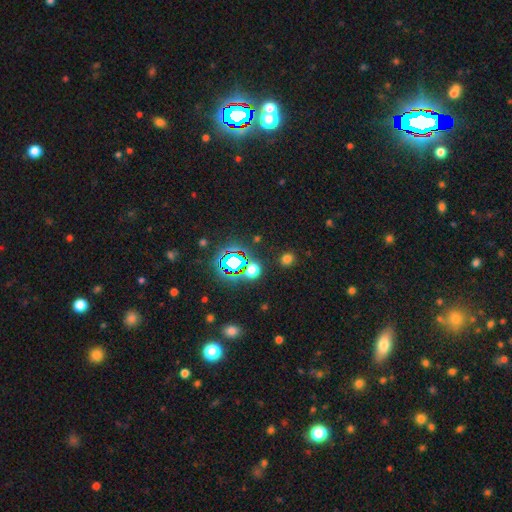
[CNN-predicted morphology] smooth-or-featured: star or artifact: 78% | smooth: 14% | featured or disk: 8%